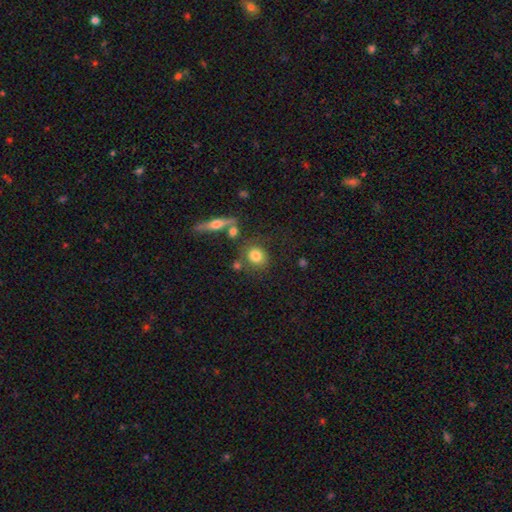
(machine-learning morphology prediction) Q: Smooth or featured?
A: smooth (77%); runner-up: featured or disk (13%)
Q: How rounded?
A: round (77%); runner-up: in between (21%)
Q: Merging?
A: none (69%); runner-up: minor disturbance (13%)